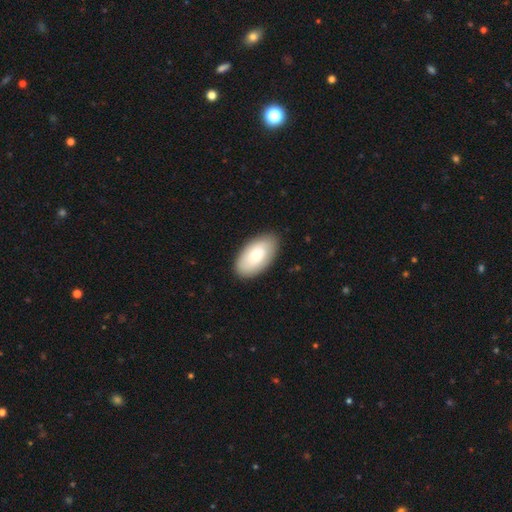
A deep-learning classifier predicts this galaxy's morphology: A smooth galaxy with no disk features (72%) that is in between round and cigar-shaped (95%). Merging: none (86%).